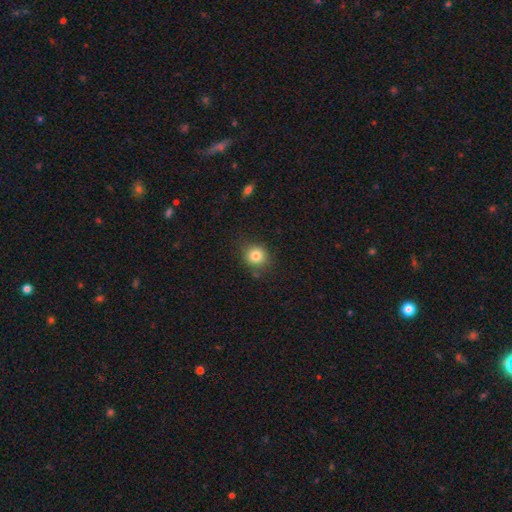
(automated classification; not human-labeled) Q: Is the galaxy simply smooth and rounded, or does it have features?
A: smooth — 82%.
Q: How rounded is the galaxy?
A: round — 89%.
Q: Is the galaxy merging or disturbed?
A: none — 83%.